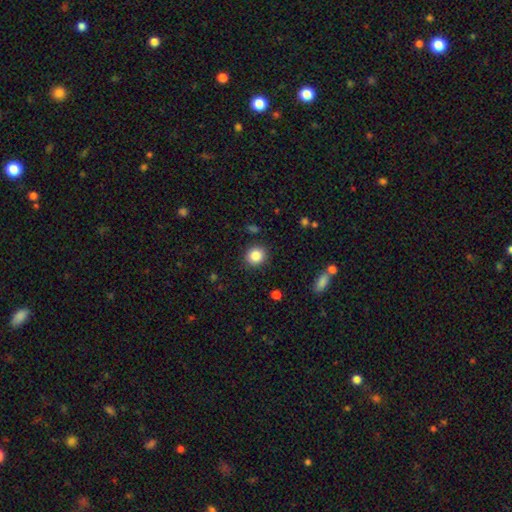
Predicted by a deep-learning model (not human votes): Smooth or featured? smooth (86%)
How rounded? round (85%)
Merging? none (89%)